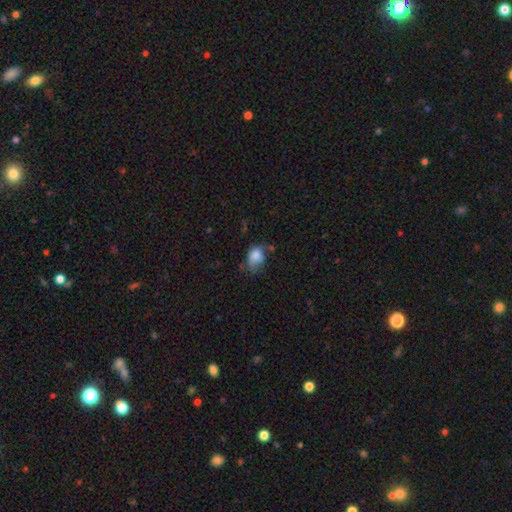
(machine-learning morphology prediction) Smooth or featured?
  - smooth: 78% *
  - featured or disk: 12%
  - star or artifact: 10%
How rounded?
  - in between: 59% *
  - round: 40%
  - cigar-shaped: 1%
Merging?
  - minor disturbance: 37% *
  - none: 36%
  - major disturbance: 21%
  - merger: 6%